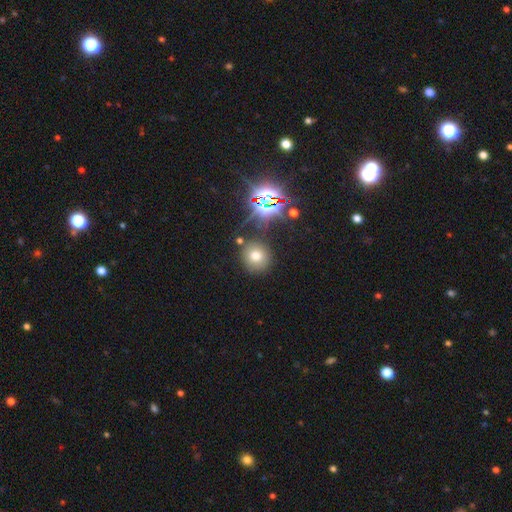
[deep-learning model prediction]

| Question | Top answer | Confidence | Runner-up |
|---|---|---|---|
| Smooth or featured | smooth | 66% | star or artifact (23%) |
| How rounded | round | 89% | in between (10%) |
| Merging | none | 82% | minor disturbance (9%) |